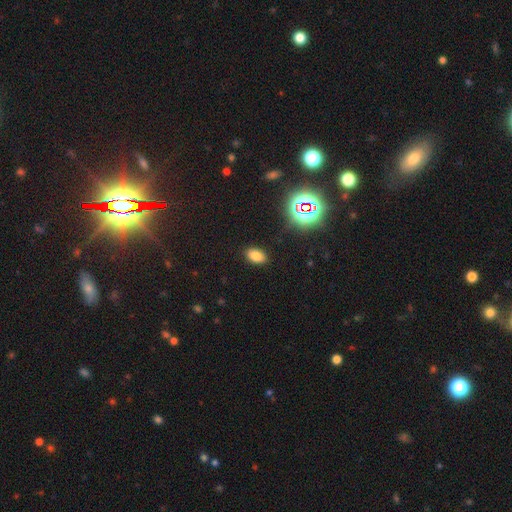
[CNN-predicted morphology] smooth-or-featured: smooth: 77% | star or artifact: 17% | featured or disk: 6%
  how-rounded: in between: 90% | round: 8% | cigar-shaped: 2%
  merging: none: 88% | minor disturbance: 8% | major disturbance: 2% | merger: 1%